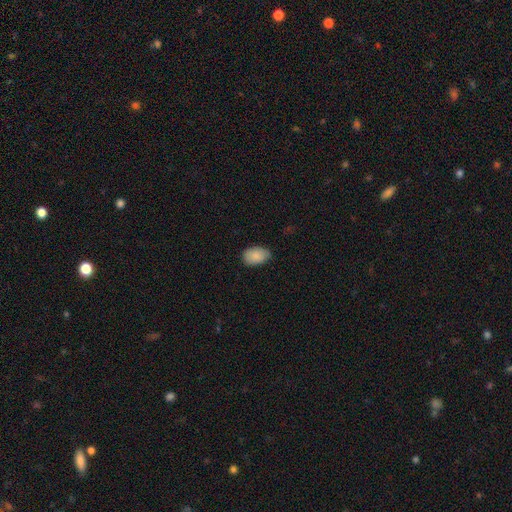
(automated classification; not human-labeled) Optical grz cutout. It shows a smooth galaxy with no disk features (88%) that is in between round and cigar-shaped (89%). Merging: none (71%).